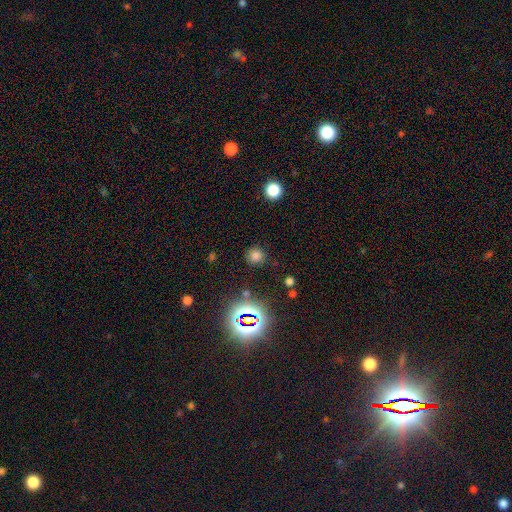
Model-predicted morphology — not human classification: Q: Smooth or featured?
A: smooth (71%); runner-up: star or artifact (23%)
Q: How rounded?
A: round (91%); runner-up: in between (8%)
Q: Merging?
A: none (86%); runner-up: minor disturbance (8%)